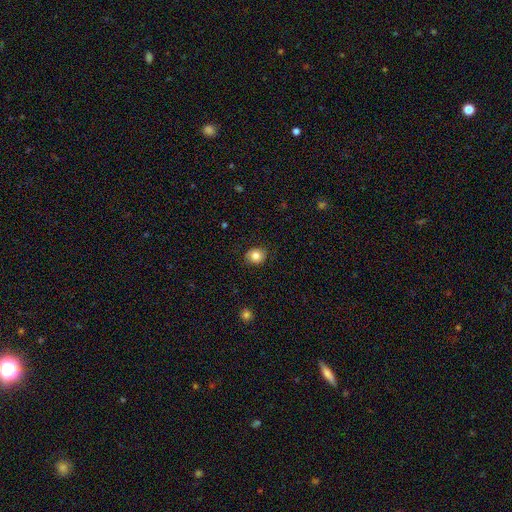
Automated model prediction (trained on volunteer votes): Smooth or featured?
  - smooth: 81% *
  - featured or disk: 9%
  - star or artifact: 9%
How rounded?
  - round: 69% *
  - in between: 30%
  - cigar-shaped: 1%
Merging?
  - none: 84% *
  - minor disturbance: 12%
  - major disturbance: 3%
  - merger: 1%